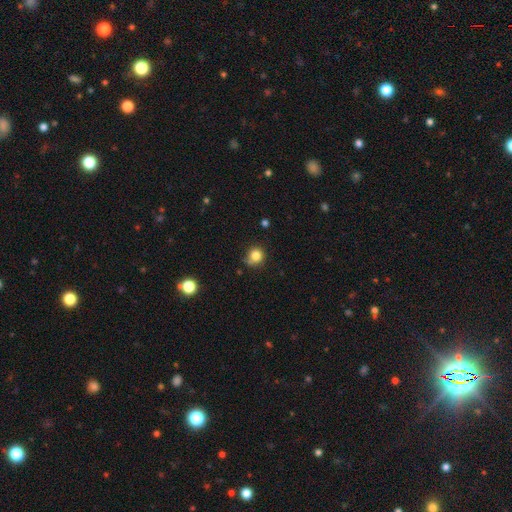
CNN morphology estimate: A smooth galaxy with no disk features (82%) that is round (89%). Merging: none (71%).